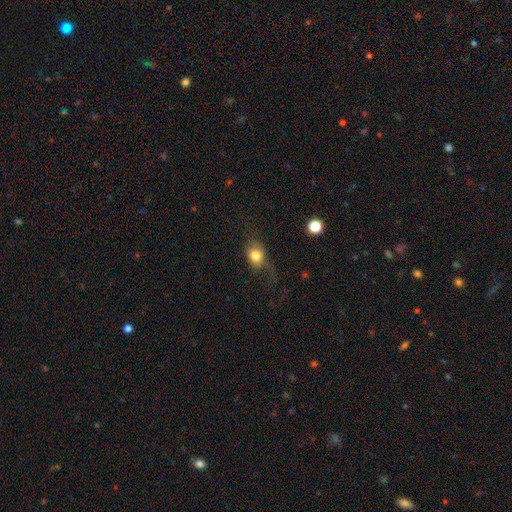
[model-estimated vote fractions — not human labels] Smooth or featured: smooth — 77% (featured or disk — 14%)
How rounded: in between — 49% (round — 48%)
Merging: none — 45% (major disturbance — 27%)